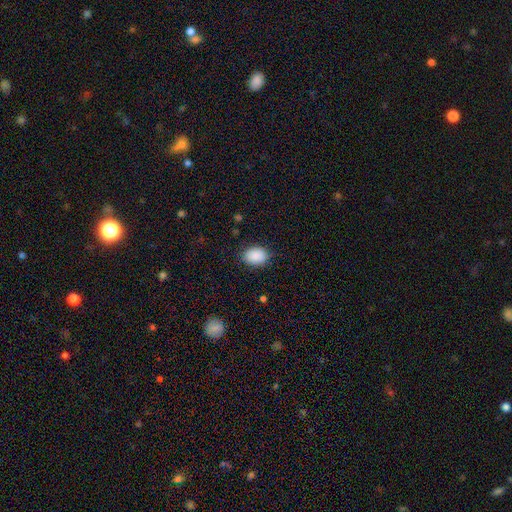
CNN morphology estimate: smooth_or_featured: smooth (p=0.89) [alt: star or artifact p=0.08]
how_rounded: in between (p=0.66) [alt: round p=0.33]
merging: none (p=0.84) [alt: minor disturbance p=0.12]